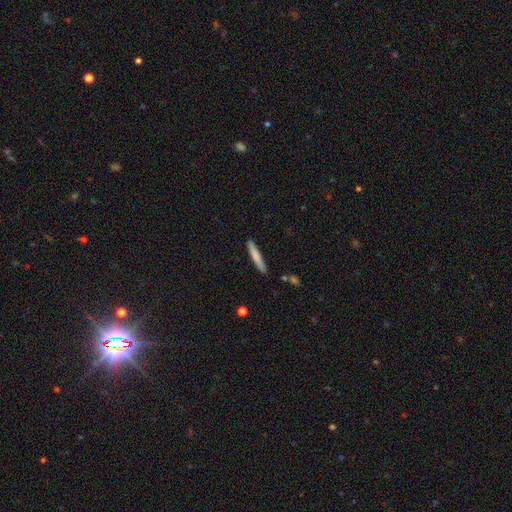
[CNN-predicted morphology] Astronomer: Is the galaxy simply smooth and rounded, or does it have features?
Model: smooth — 77%.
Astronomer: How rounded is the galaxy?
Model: cigar-shaped — 94%.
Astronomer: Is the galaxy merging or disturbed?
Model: none — 88%.